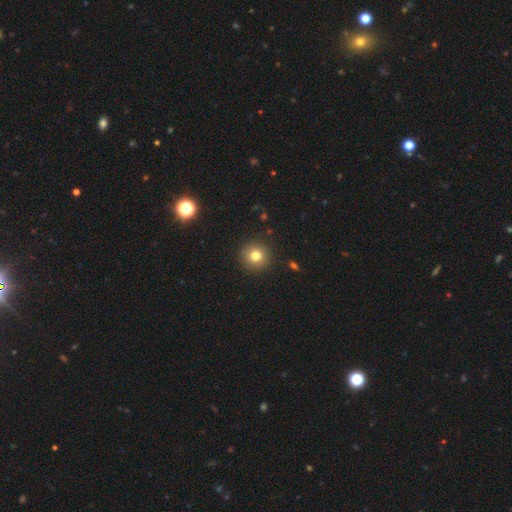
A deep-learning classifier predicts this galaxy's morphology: A smooth galaxy with no disk features (79%) that is round (94%).

Vote fractions:
- Smooth or featured? smooth: 79% / star or artifact: 12% / featured or disk: 9%
- How rounded? round: 94% / in between: 5% / cigar-shaped: 1%
- Merging? none: 91% / minor disturbance: 6% / major disturbance: 2% / merger: 1%